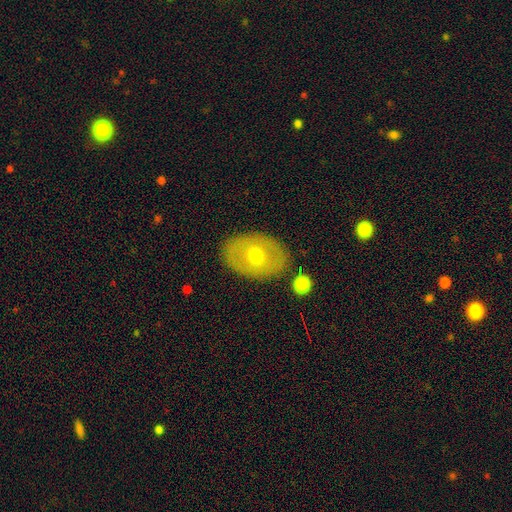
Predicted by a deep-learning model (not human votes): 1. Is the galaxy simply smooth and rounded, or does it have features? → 53% smooth, 41% featured or disk, 6% star or artifact.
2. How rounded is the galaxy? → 77% in between, 21% round, 1% cigar-shaped.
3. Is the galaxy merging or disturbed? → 84% none, 10% minor disturbance, 4% major disturbance, 2% merger.